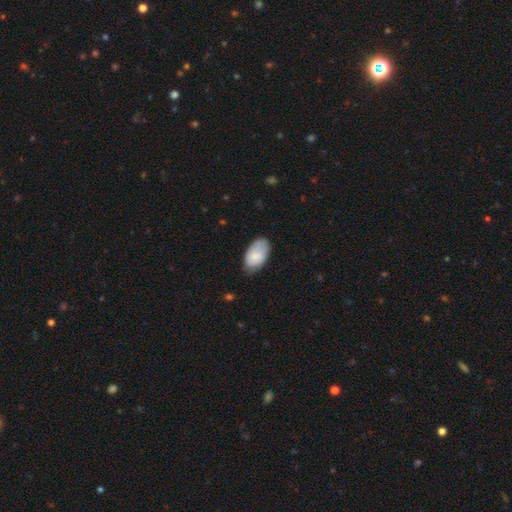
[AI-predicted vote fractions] smooth_or_featured: smooth (p=0.82) [alt: featured or disk p=0.12]
how_rounded: in between (p=0.95) [alt: round p=0.04]
merging: none (p=0.67) [alt: minor disturbance p=0.28]